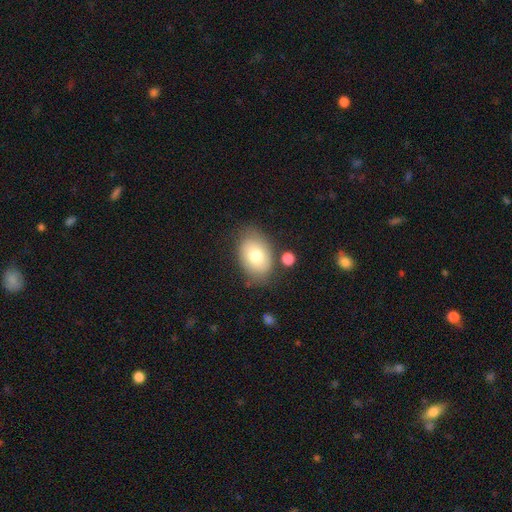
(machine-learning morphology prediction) smooth-or-featured: smooth: 74% | featured or disk: 18% | star or artifact: 8%
  how-rounded: in between: 80% | round: 19% | cigar-shaped: 1%
  merging: none: 71% | minor disturbance: 18% | merger: 5% | major disturbance: 5%